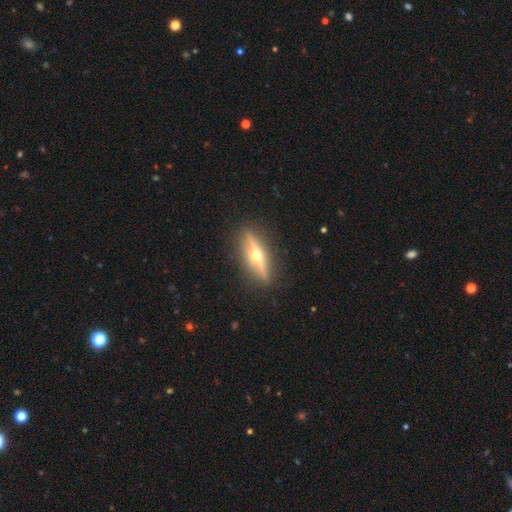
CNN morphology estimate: Smooth or featured: featured or disk — 77% (smooth — 17%)
Edge-on disk: yes — 95% (no — 5%)
Edge-on bulge: rounded — 96% (none — 2%)
Merging: none — 89% (minor disturbance — 8%)